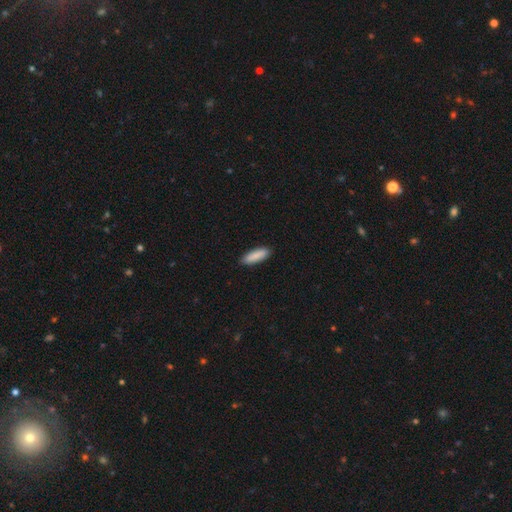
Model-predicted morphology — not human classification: Smooth or featured? Predicted: smooth (p=0.89). How rounded? Predicted: in between (p=0.49, tied with cigar-shaped). Merging? Predicted: none (p=0.88).